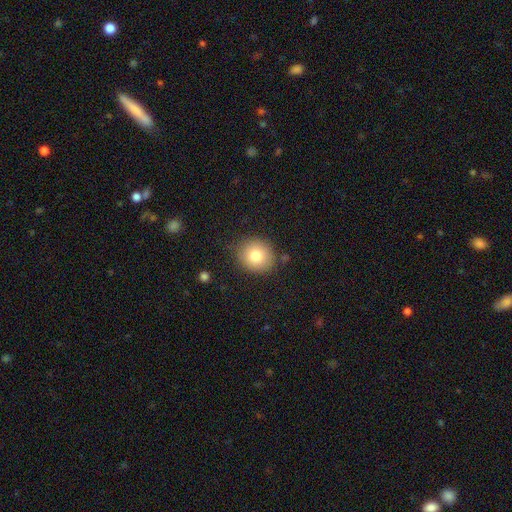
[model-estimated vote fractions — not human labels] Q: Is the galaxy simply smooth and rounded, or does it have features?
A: smooth — 80%.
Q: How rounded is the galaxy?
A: round — 83%.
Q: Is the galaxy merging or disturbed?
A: none — 84%.